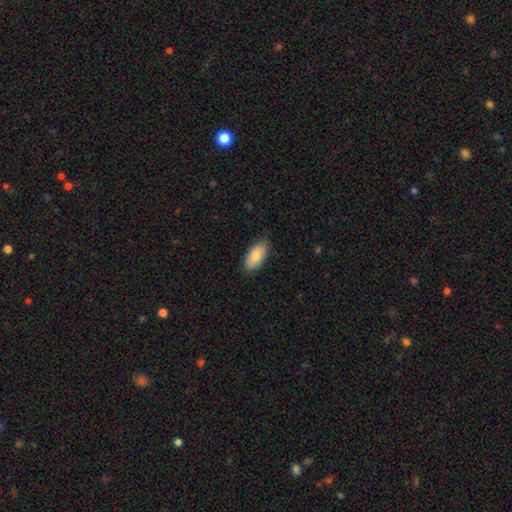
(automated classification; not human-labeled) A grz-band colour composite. It shows a smooth galaxy with no disk features (81%) that is in between round and cigar-shaped (93%). Merging: none (78%).